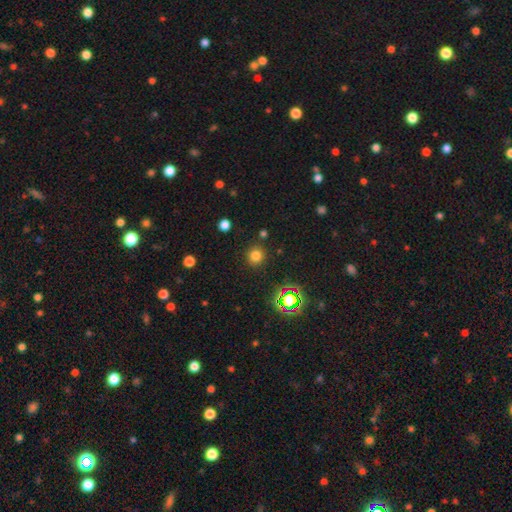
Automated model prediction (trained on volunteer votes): Overall: smooth (76%). How rounded: round (93%). Merging: none (89%).